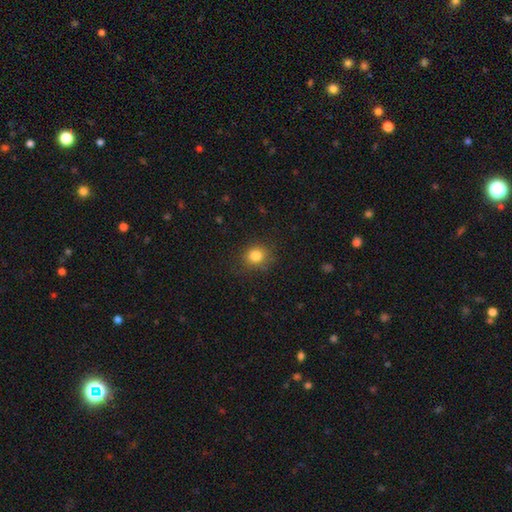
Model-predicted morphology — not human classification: smooth_or_featured: smooth (p=0.83) [alt: star or artifact p=0.11]
how_rounded: round (p=0.80) [alt: in between p=0.19]
merging: none (p=0.83) [alt: minor disturbance p=0.12]